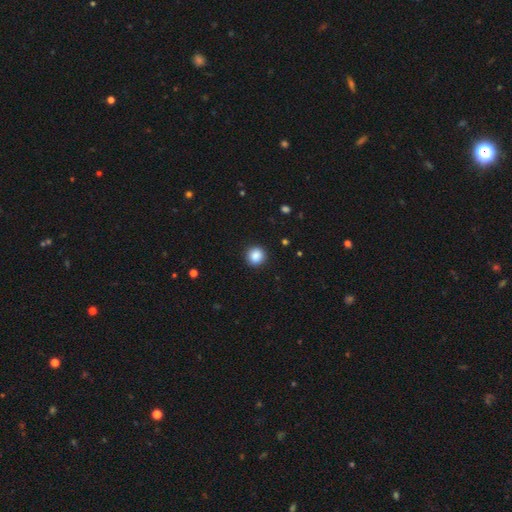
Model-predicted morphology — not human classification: smooth 88%, star or artifact 9%, featured or disk 3%. Down the decision tree: how rounded — round (94%); merging — none (92%).